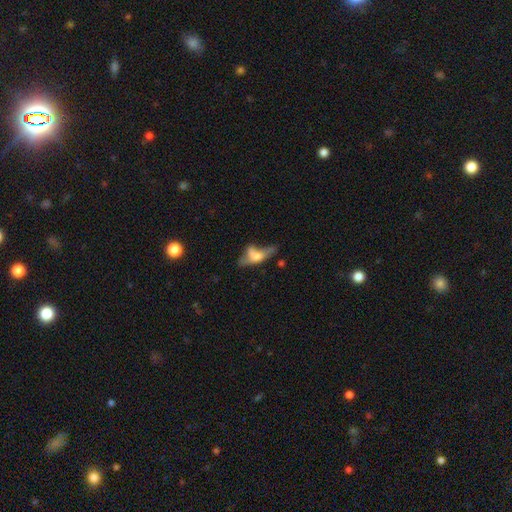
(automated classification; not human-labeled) smooth 46%, featured or disk 43%, star or artifact 11%. Down the decision tree: merging — major disturbance (35%).